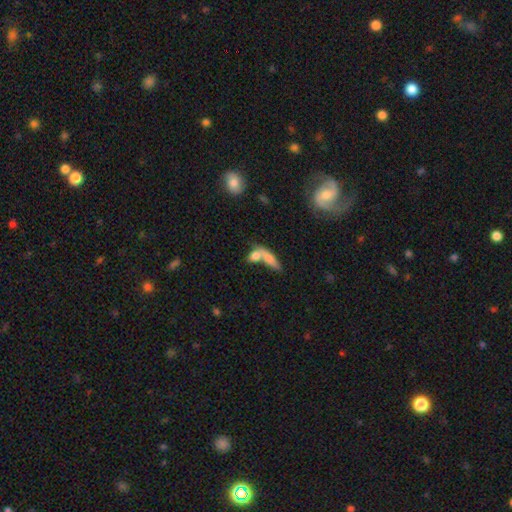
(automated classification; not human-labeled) A featured or disk galaxy (41%). Merging: none (55%).